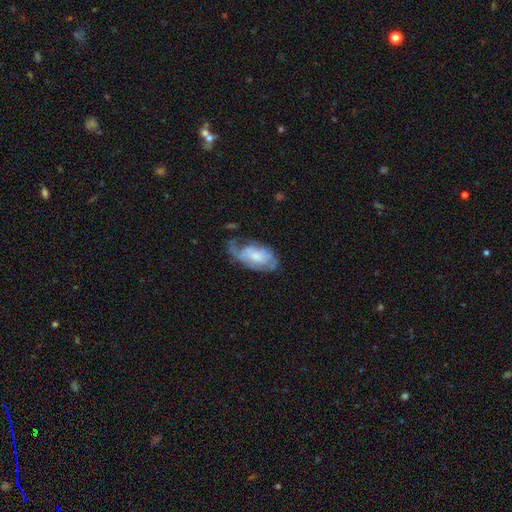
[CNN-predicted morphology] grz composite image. It shows a featured or disk galaxy (61%) with no bar (71%), spiral arms (72%) and a moderate central bulge (32%). Merging: none (35%).